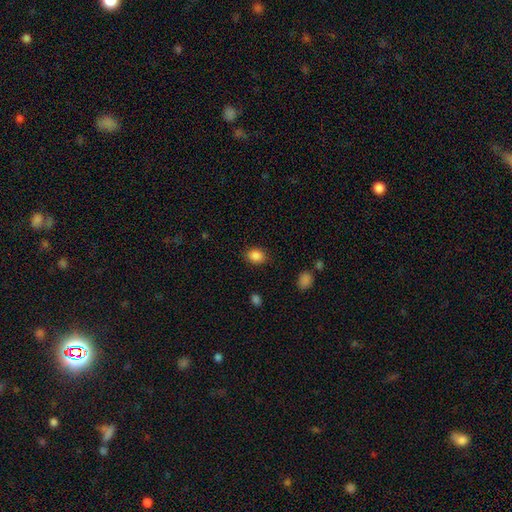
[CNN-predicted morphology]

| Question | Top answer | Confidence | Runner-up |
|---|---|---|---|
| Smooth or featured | smooth | 87% | star or artifact (10%) |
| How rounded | in between | 55% | round (44%) |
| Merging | none | 84% | minor disturbance (11%) |